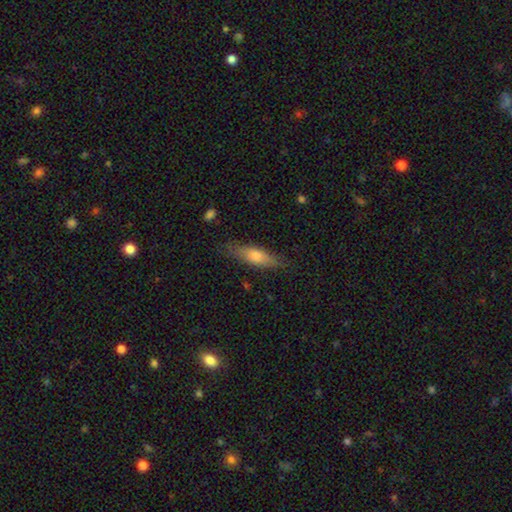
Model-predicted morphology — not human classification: Smooth or featured?
  - smooth: 62% *
  - featured or disk: 31%
  - star or artifact: 7%
How rounded?
  - cigar-shaped: 64% *
  - in between: 34%
  - round: 2%
Merging?
  - none: 81% *
  - minor disturbance: 14%
  - major disturbance: 3%
  - merger: 1%